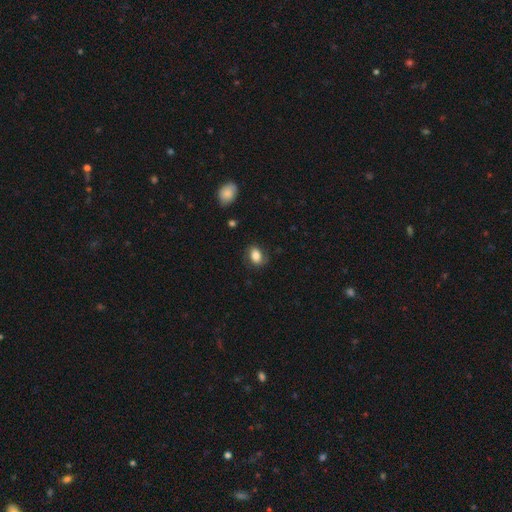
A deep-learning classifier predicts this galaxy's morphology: Smooth or featured?
  - smooth: 75% *
  - featured or disk: 17%
  - star or artifact: 8%
How rounded?
  - in between: 76% *
  - round: 23%
  - cigar-shaped: 2%
Merging?
  - none: 73% *
  - minor disturbance: 19%
  - major disturbance: 6%
  - merger: 1%